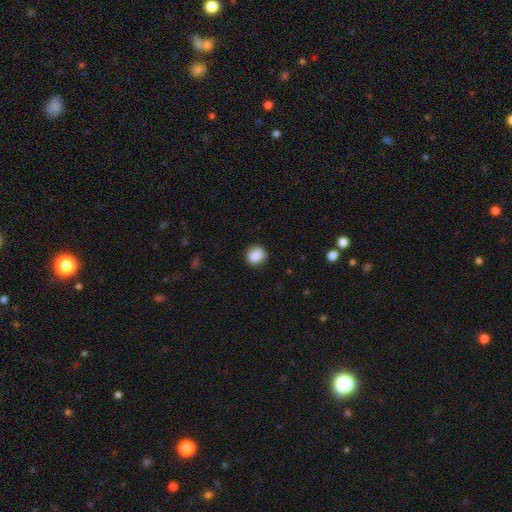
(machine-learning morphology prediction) Q: Smooth or featured?
A: smooth (87%); runner-up: star or artifact (8%)
Q: How rounded?
A: round (79%); runner-up: in between (20%)
Q: Merging?
A: none (87%); runner-up: minor disturbance (10%)